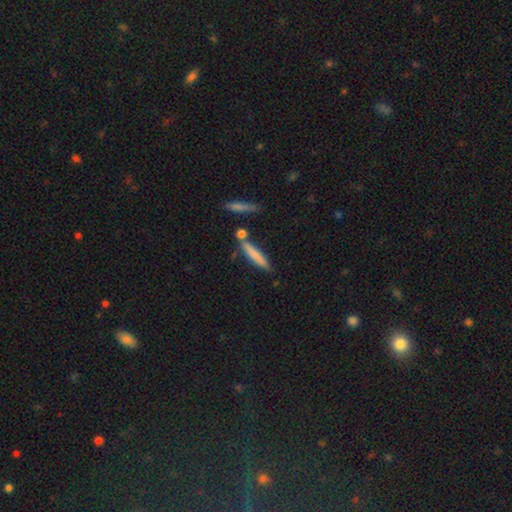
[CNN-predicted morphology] The model was most divided on "smooth or featured": smooth: 72%, featured or disk: 21%, star or artifact: 6%. More confident: how rounded — cigar-shaped (88%); merging — none (68%).